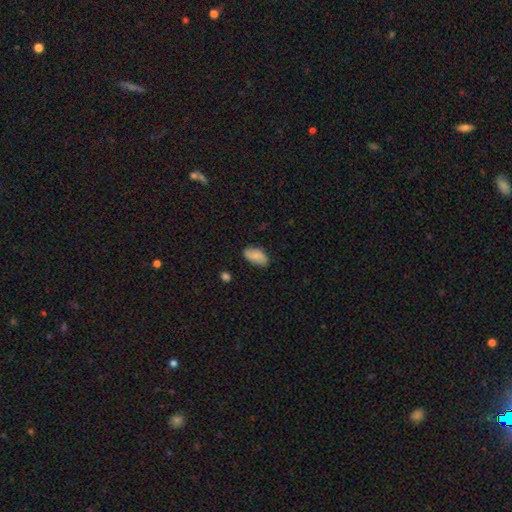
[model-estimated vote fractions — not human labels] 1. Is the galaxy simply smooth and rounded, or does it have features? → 69% smooth, 24% featured or disk, 7% star or artifact.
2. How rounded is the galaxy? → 93% in between, 4% round, 3% cigar-shaped.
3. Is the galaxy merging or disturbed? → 79% none, 16% minor disturbance, 3% major disturbance, 1% merger.